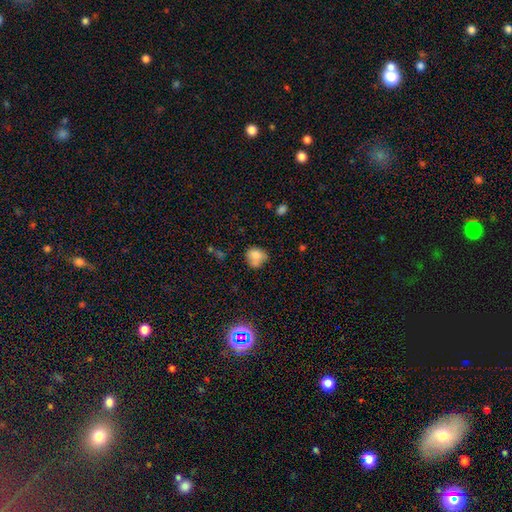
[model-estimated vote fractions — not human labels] Morphology: type=smooth (77%); roundness=round (66%); merging=none (47%).